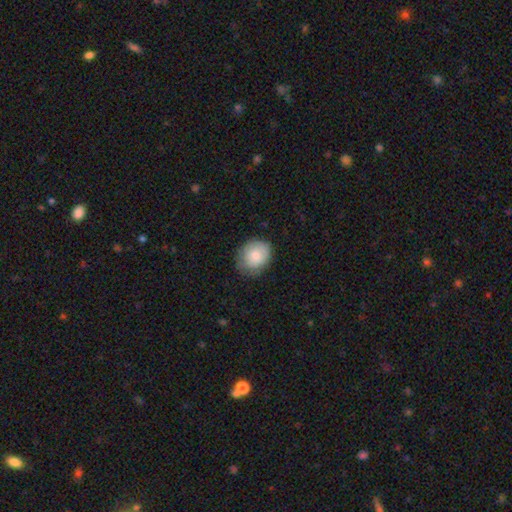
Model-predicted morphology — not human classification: Smooth or featured: smooth — 80% (featured or disk — 13%)
How rounded: round — 58% (in between — 41%)
Merging: none — 72% (minor disturbance — 22%)